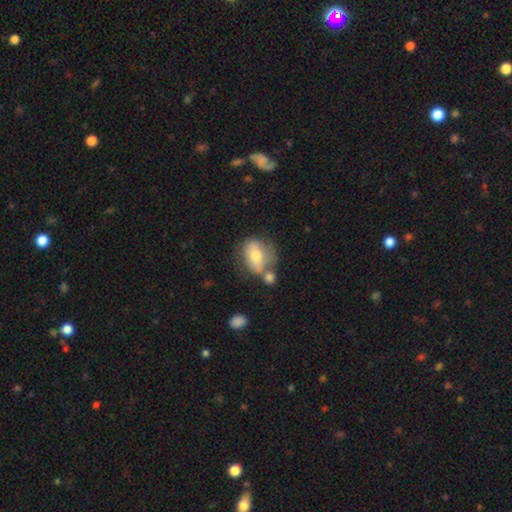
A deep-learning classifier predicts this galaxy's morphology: smooth-or-featured: smooth: 59% | featured or disk: 33% | star or artifact: 8%
  how-rounded: in between: 60% | round: 38% | cigar-shaped: 2%
  merging: none: 43% | merger: 29% | minor disturbance: 19% | major disturbance: 9%